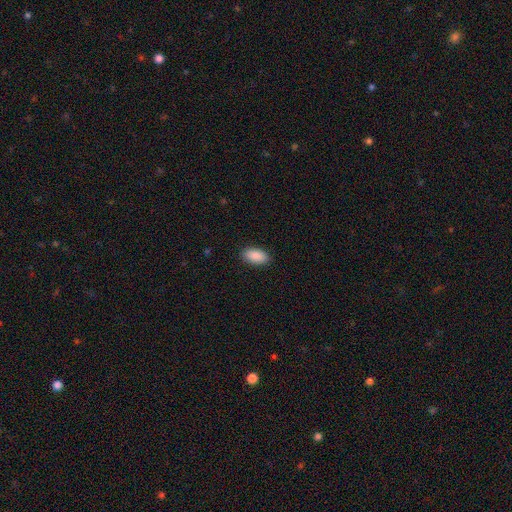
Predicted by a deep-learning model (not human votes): Smooth or featured?
  - smooth: 90% *
  - star or artifact: 6%
  - featured or disk: 3%
How rounded?
  - in between: 94% *
  - cigar-shaped: 3%
  - round: 3%
Merging?
  - none: 89% *
  - minor disturbance: 8%
  - major disturbance: 2%
  - merger: 1%